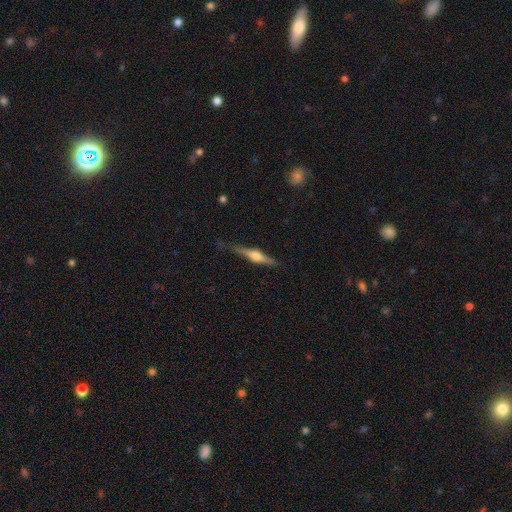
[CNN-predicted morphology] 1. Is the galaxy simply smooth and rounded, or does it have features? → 70% featured or disk, 24% smooth, 6% star or artifact.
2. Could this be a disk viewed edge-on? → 97% yes, 3% no.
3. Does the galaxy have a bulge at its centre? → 91% rounded, 6% boxy, 2% none.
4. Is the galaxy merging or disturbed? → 79% none, 16% minor disturbance, 3% major disturbance, 2% merger.